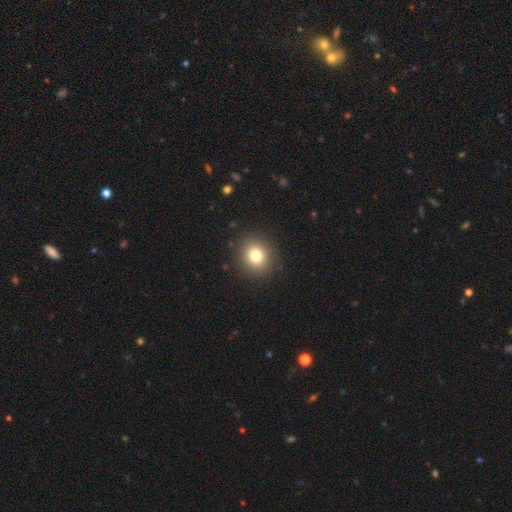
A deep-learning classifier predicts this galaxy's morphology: Overall: smooth (79%). How rounded: round (78%). Merging: none (90%).